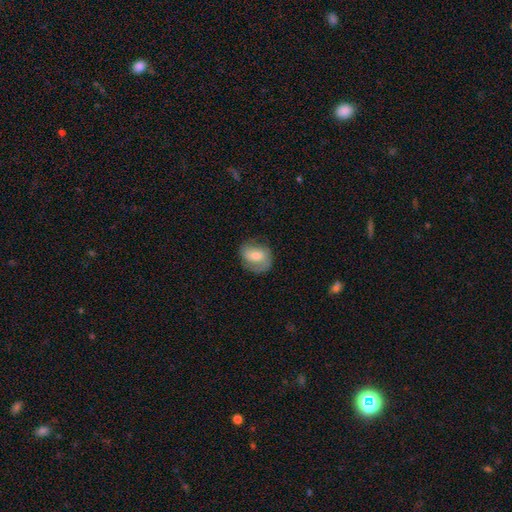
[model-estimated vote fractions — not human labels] Q: Smooth or featured?
A: smooth (47%); runner-up: featured or disk (46%)
Q: Merging?
A: none (70%); runner-up: minor disturbance (20%)